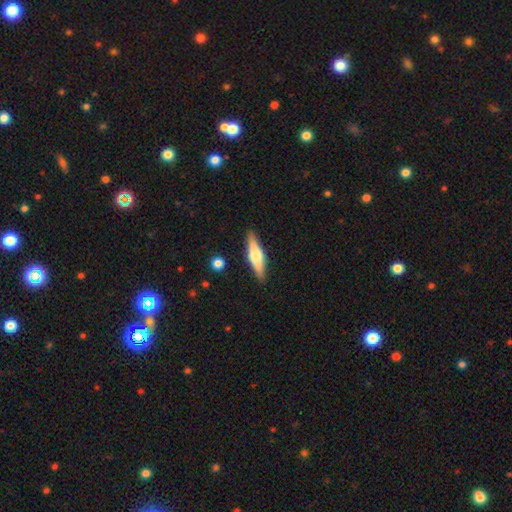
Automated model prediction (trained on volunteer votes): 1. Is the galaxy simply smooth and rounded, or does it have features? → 56% featured or disk, 38% smooth, 6% star or artifact.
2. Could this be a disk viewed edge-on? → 95% yes, 5% no.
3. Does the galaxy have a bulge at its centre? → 90% rounded, 7% boxy, 3% none.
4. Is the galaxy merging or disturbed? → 89% none, 8% minor disturbance, 2% major disturbance, 1% merger.